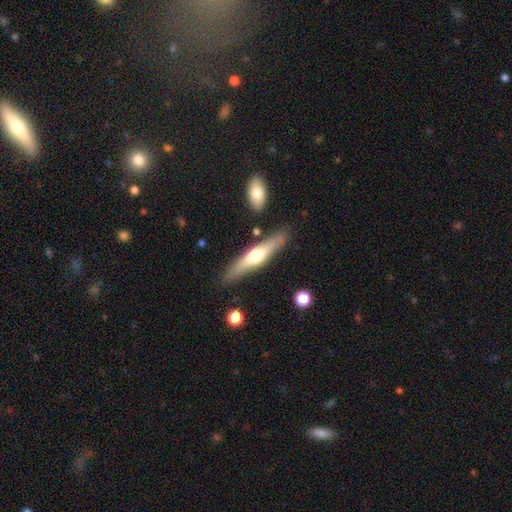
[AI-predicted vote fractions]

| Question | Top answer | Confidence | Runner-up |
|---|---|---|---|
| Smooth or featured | featured or disk | 56% | smooth (39%) |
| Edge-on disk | yes | 93% | no (7%) |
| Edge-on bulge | rounded | 91% | none (5%) |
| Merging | none | 84% | minor disturbance (10%) |